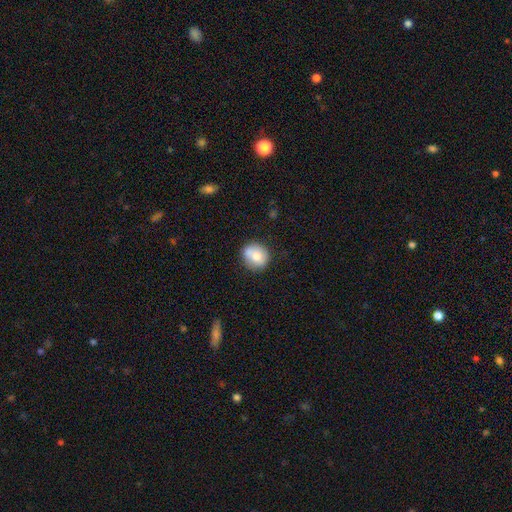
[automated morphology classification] type=smooth (73%); roundness=round (82%); merging=none (67%).